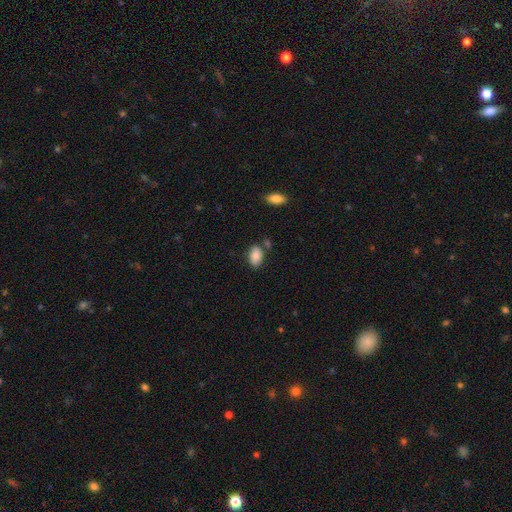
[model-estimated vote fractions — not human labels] smooth_or_featured: smooth (p=0.82) [alt: featured or disk p=0.11]
how_rounded: in between (p=0.92) [alt: round p=0.07]
merging: none (p=0.72) [alt: minor disturbance p=0.16]